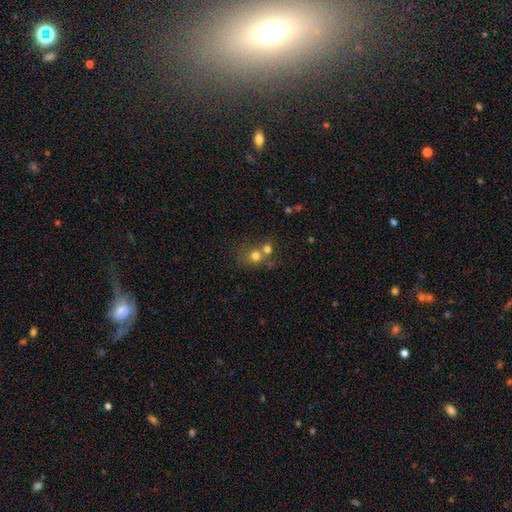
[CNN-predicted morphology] A smooth galaxy with no disk features (71%) that is round (79%). Merging: merger (48%).